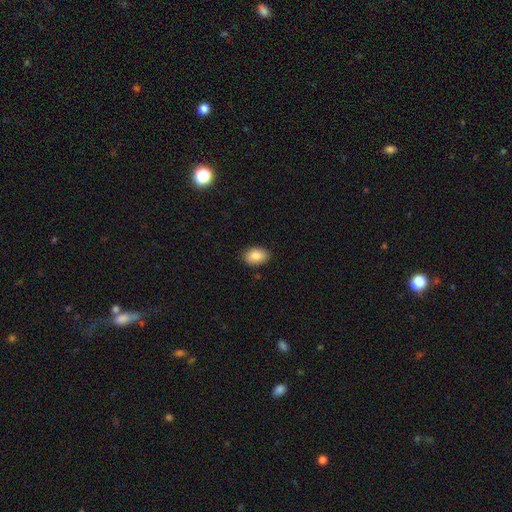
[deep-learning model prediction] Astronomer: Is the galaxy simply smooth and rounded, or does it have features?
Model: smooth — 86%.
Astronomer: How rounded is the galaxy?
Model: in between — 87%.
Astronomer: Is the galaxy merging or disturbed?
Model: none — 88%.